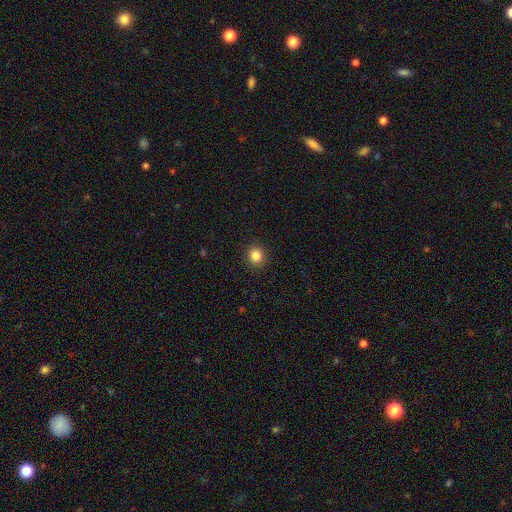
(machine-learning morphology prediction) A smooth galaxy with no disk features (84%) that is round (87%). Merging: none (92%).